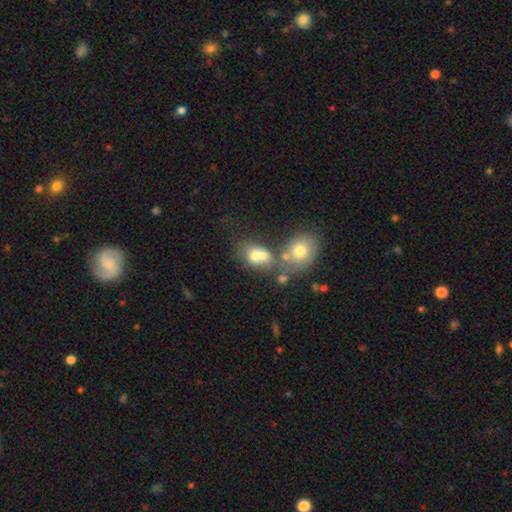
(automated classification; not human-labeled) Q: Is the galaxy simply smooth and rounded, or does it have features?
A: smooth — 69%.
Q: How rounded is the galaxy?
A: in between — 60%.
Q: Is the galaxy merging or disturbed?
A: merger — 50%.